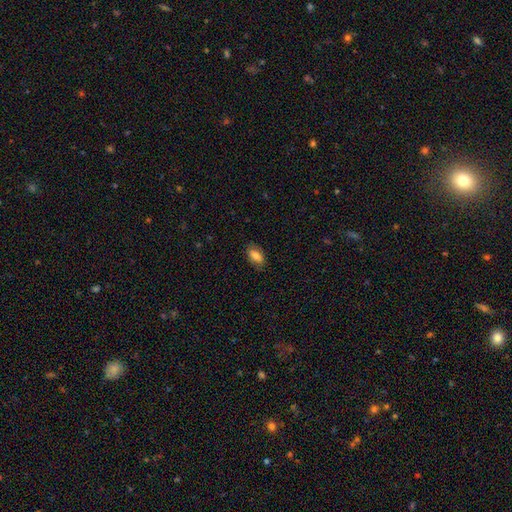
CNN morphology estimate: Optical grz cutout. It shows a smooth galaxy with no disk features (81%) that is in between round and cigar-shaped (89%). Merging: none (82%).